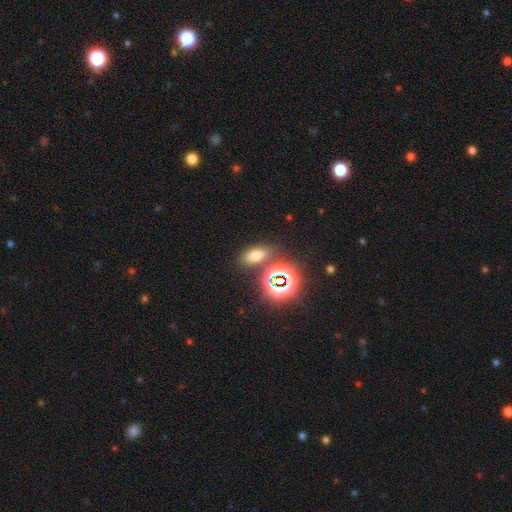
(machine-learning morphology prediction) smooth-or-featured: smooth: 59% | star or artifact: 32% | featured or disk: 9%
  how-rounded: in between: 78% | round: 15% | cigar-shaped: 7%
  merging: none: 75% | merger: 11% | minor disturbance: 10% | major disturbance: 4%